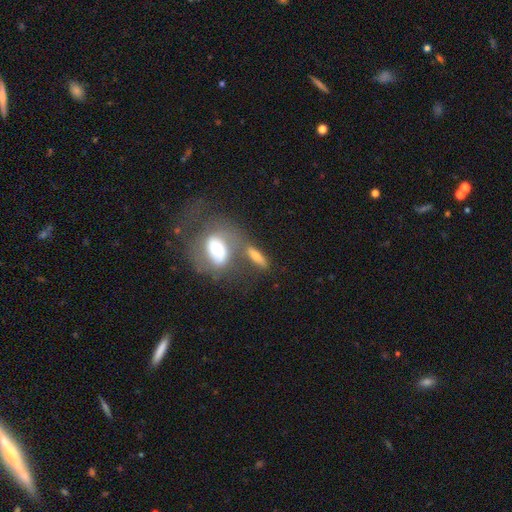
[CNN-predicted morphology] Q: Smooth or featured?
A: smooth (49%); runner-up: featured or disk (42%)
Q: Merging?
A: none (40%); runner-up: merger (37%)